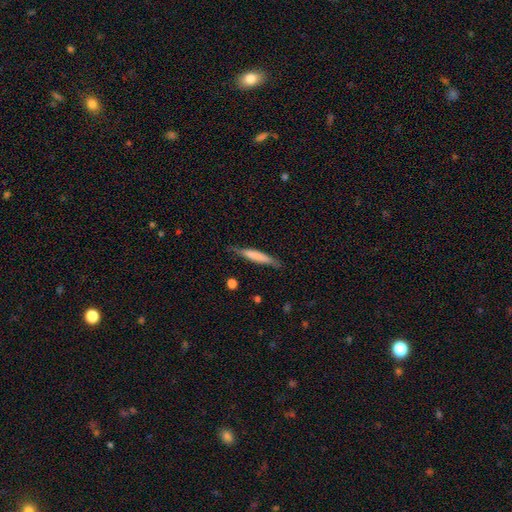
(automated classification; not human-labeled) Smooth or featured: smooth — 66% (featured or disk — 29%)
How rounded: cigar-shaped — 92% (in between — 7%)
Merging: none — 77% (minor disturbance — 18%)